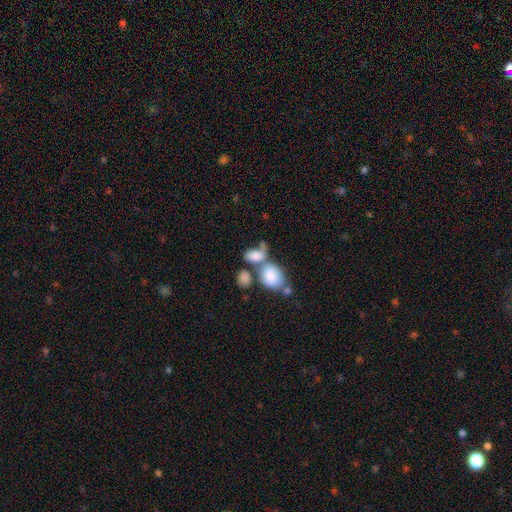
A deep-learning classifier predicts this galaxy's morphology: The model was most divided on "merging": merger: 56%, none: 23%, minor disturbance: 11%, major disturbance: 10%. More confident: how rounded — in between (82%); smooth or featured — smooth (78%).